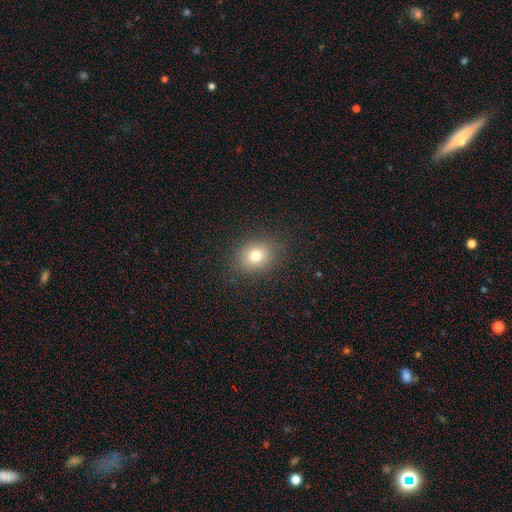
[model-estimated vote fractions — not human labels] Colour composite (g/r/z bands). It shows a smooth galaxy with no disk features (77%) that is round (59%). Merging: none (86%).